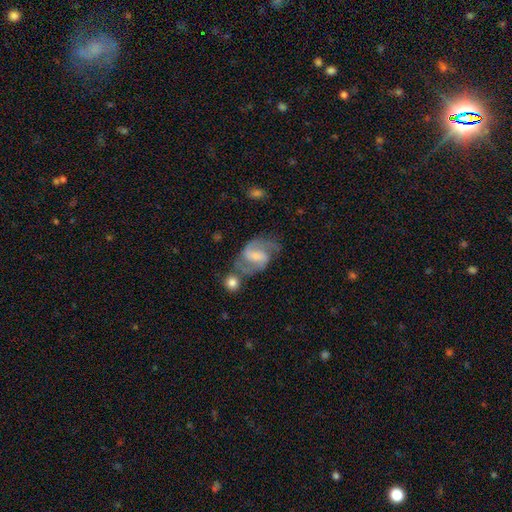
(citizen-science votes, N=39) A featured or disk galaxy (95%) with a strong bar (50%), 2 (100%) medium (74%) spiral arms (97%) and a small central bulge (36%).

Vote fractions:
- Smooth or featured? featured or disk: 95% / smooth: 5% / star or artifact: 0%
- Edge-on disk? no: 97% / yes: 3%
- Bar? strong: 50% / weak: 39% / no: 11%
- Spiral arms? yes: 97% / no: 3%
- Spiral winding? medium: 74% / loose: 17% / tight: 9%
- Spiral arm count? 2: 100% / 1: 0% / 3: 0% / 4: 0% / more than 4: 0% / can't tell: 0%
- Bulge size? small: 36% / moderate: 33% / none: 19% / large: 8% / dominant: 3%
- Merging? none: 56% / minor disturbance: 23% / merger: 15% / major disturbance: 5%